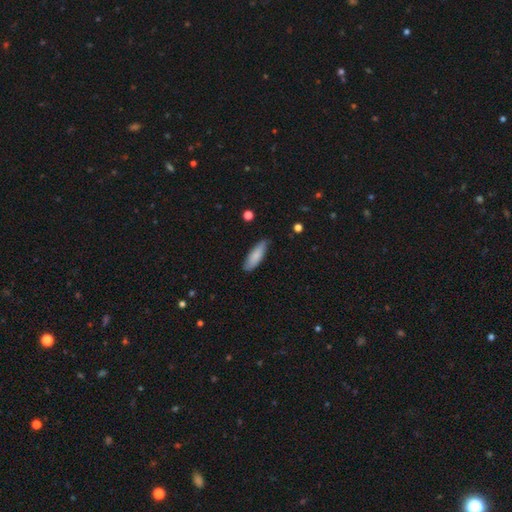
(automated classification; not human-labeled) A smooth galaxy with no disk features (82%) that is in between round and cigar-shaped (51%). Merging: none (76%).